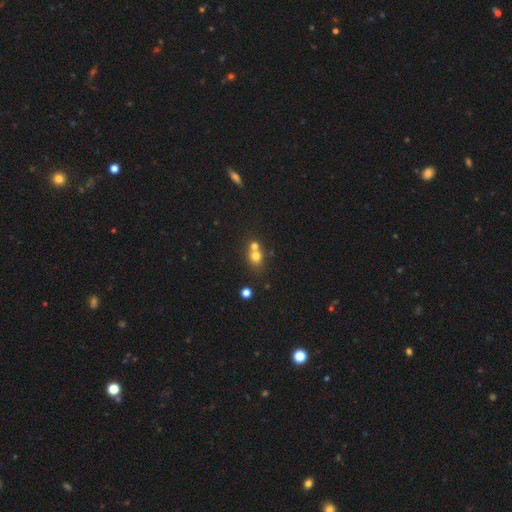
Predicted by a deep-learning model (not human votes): Q: Smooth or featured?
A: smooth (72%); runner-up: star or artifact (15%)
Q: How rounded?
A: round (74%); runner-up: in between (25%)
Q: Merging?
A: merger (50%); runner-up: none (40%)